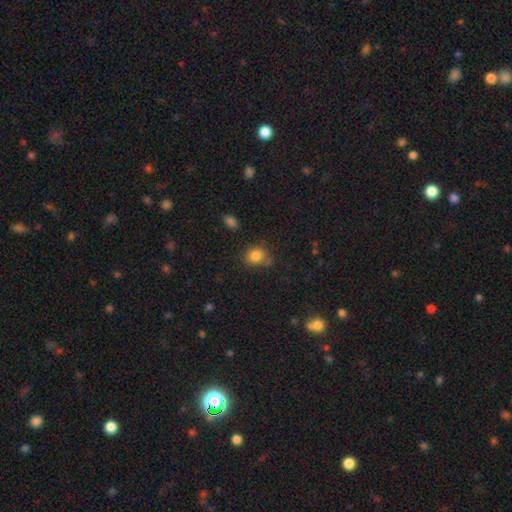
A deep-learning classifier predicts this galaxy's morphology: This appears to be a smooth galaxy with no disk features (83%) that is round (71%). Merging: none (66%).